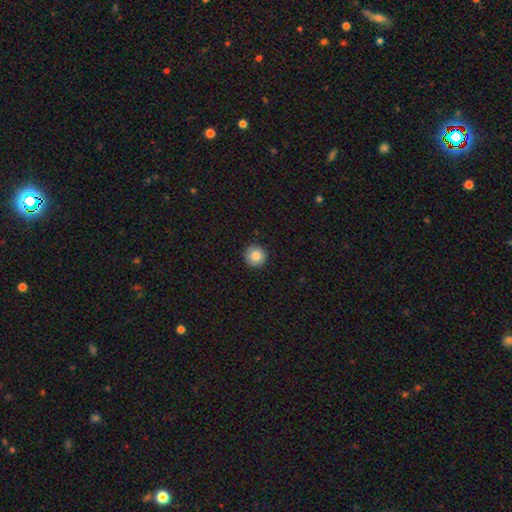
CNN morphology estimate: Smooth or featured: smooth — 85% (star or artifact — 9%)
How rounded: round — 95% (in between — 4%)
Merging: none — 91% (minor disturbance — 6%)